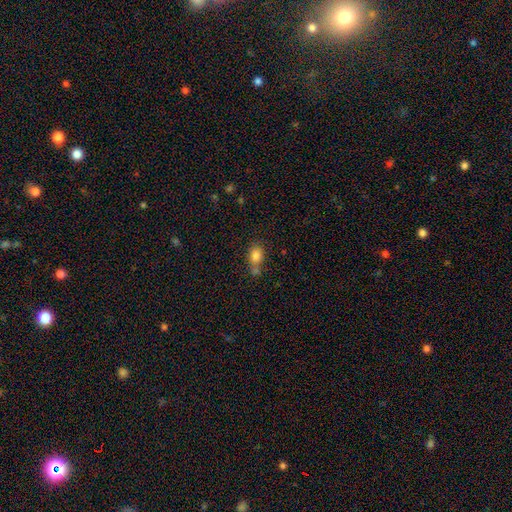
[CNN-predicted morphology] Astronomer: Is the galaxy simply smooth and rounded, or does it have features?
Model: smooth — 82%.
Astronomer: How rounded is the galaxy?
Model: in between — 64%.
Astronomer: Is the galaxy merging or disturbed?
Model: none — 44% (runner-up: merger, 34%).